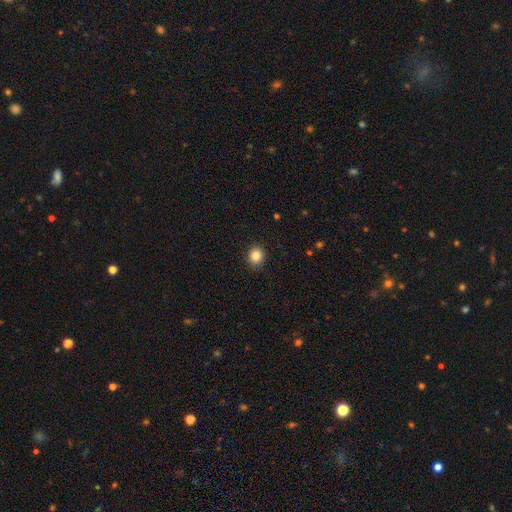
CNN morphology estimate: This is clearly a smooth galaxy (85%). How rounded: likely round (74%). Merging: clearly none (90%).